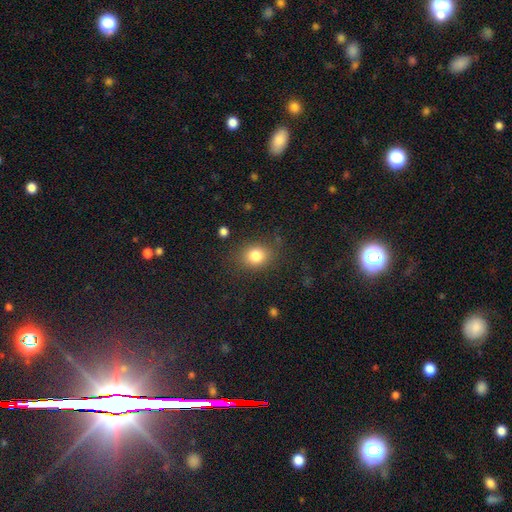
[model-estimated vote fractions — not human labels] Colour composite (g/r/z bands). It shows a smooth galaxy with no disk features (81%) that is round (60%). Merging: none (82%).